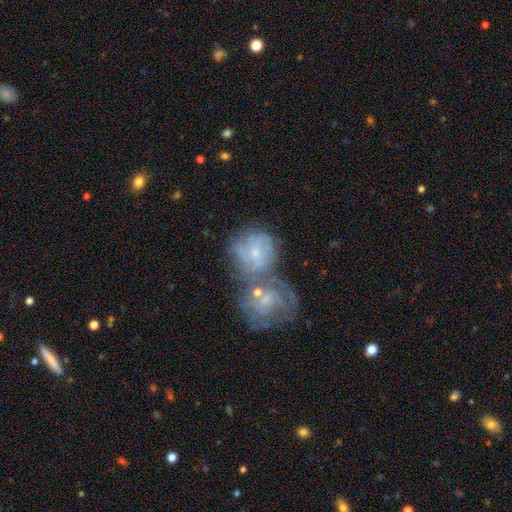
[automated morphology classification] Smooth or featured? featured or disk (70%)
Edge-on disk? no (96%)
Bar? no (55%)
Spiral arms? yes (89%)
Spiral winding? tight (65%)
Spiral arm count? can't tell (46%)
Bulge size? small (70%)
Merging? merger (57%)